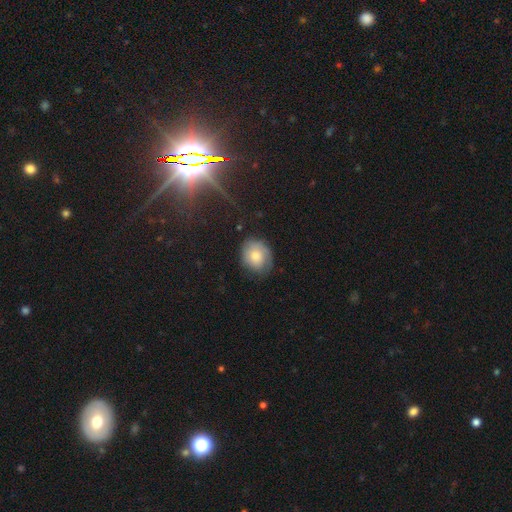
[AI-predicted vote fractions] Smooth or featured?
  - smooth: 69% *
  - featured or disk: 22%
  - star or artifact: 9%
How rounded?
  - round: 62% *
  - in between: 37%
  - cigar-shaped: 1%
Merging?
  - none: 67% *
  - minor disturbance: 24%
  - major disturbance: 7%
  - merger: 2%